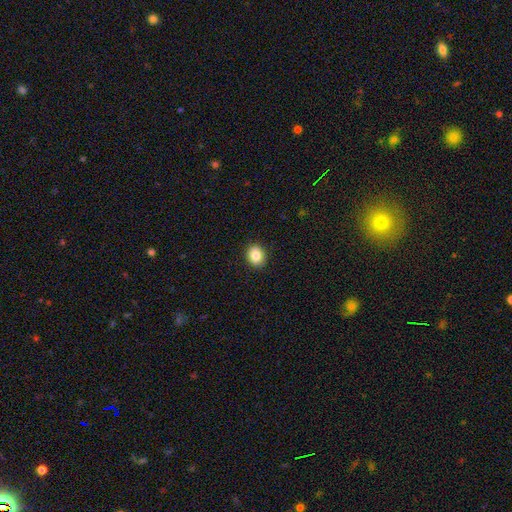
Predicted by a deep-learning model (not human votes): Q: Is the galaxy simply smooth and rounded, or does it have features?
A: smooth — 83%.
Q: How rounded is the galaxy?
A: round — 58%.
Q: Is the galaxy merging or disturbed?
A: none — 91%.